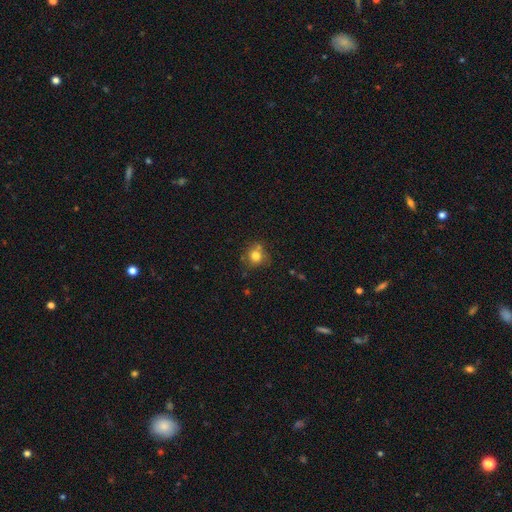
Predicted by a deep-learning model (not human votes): A smooth galaxy with no disk features (78%) that is round (83%).

Vote fractions:
- Smooth or featured? smooth: 78% / star or artifact: 12% / featured or disk: 10%
- How rounded? round: 83% / in between: 16% / cigar-shaped: 1%
- Merging? none: 64% / minor disturbance: 17% / merger: 14% / major disturbance: 5%